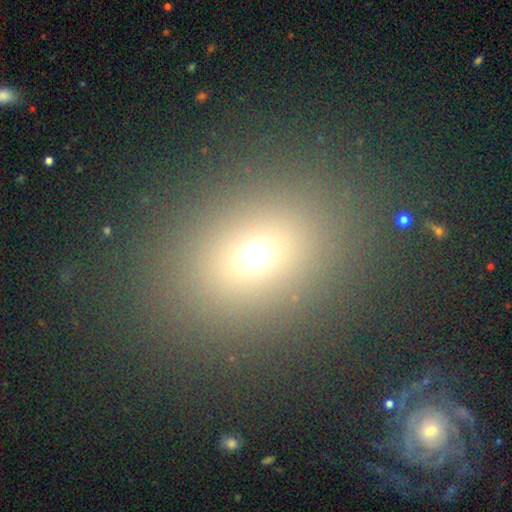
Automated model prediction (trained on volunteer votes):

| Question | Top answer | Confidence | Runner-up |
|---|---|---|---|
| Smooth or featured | smooth | 67% | star or artifact (23%) |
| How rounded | in between | 49% | tied: round (49%) |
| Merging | none | 84% | minor disturbance (8%) |